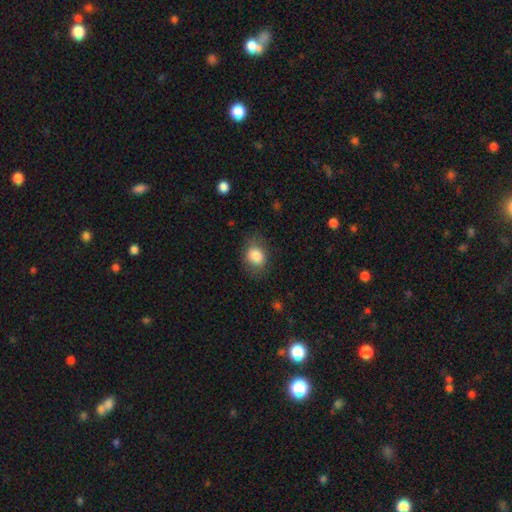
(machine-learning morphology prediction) type=smooth (84%); roundness=in between (56%); merging=none (73%).